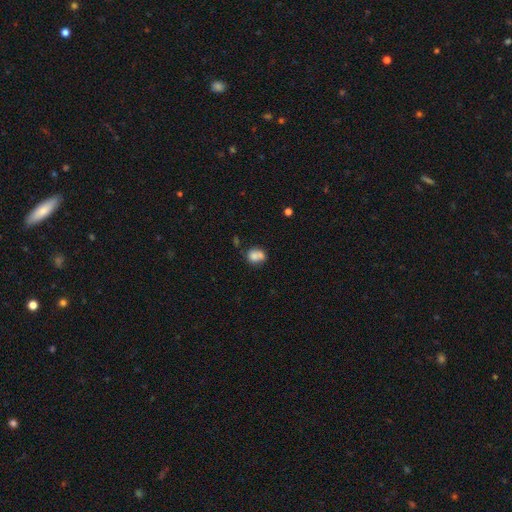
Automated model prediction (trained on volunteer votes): This is likely a smooth galaxy (76%). How rounded: likely round (62%). Merging: marginally merger (43%).